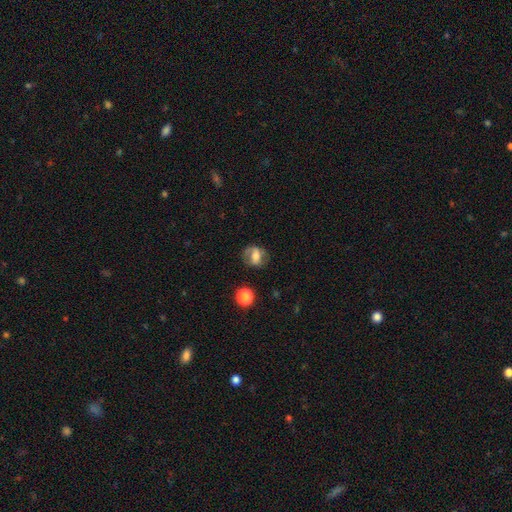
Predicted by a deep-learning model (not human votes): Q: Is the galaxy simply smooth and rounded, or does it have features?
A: smooth — 51%.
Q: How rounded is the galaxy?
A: in between — 51%.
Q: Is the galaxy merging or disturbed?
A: none — 66%.